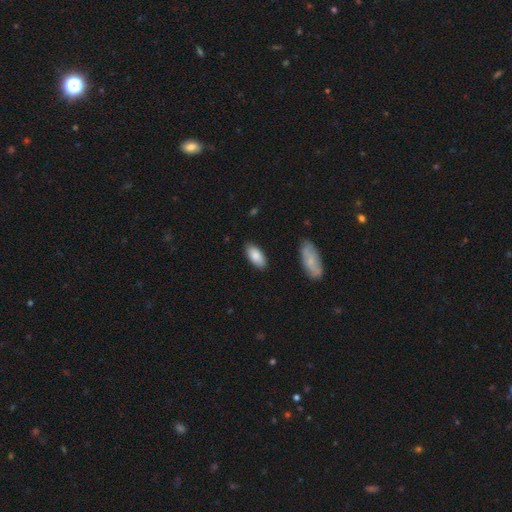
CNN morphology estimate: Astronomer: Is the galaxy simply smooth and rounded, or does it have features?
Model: smooth — 85%.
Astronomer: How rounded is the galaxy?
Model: in between — 90%.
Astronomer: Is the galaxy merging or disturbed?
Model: none — 85%.